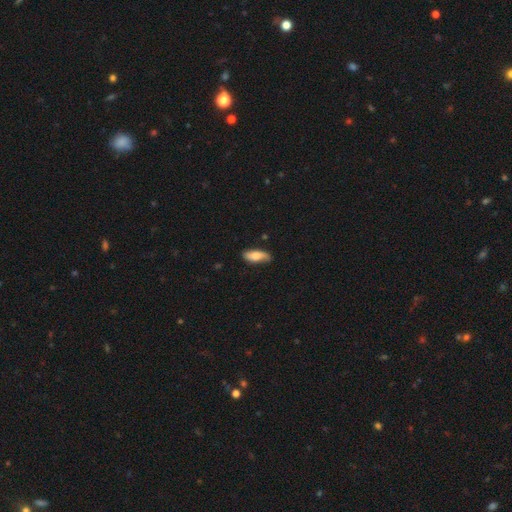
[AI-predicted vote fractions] Smooth or featured: smooth — 70% (featured or disk — 23%)
How rounded: in between — 72% (cigar-shaped — 25%)
Merging: none — 73% (minor disturbance — 22%)